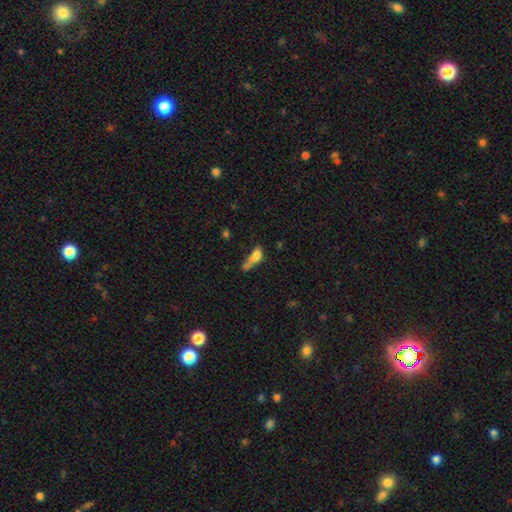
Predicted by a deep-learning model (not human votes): Q: Smooth or featured?
A: smooth (67%); runner-up: featured or disk (20%)
Q: How rounded?
A: in between (65%); runner-up: cigar-shaped (20%)
Q: Merging?
A: merger (52%); runner-up: none (19%)